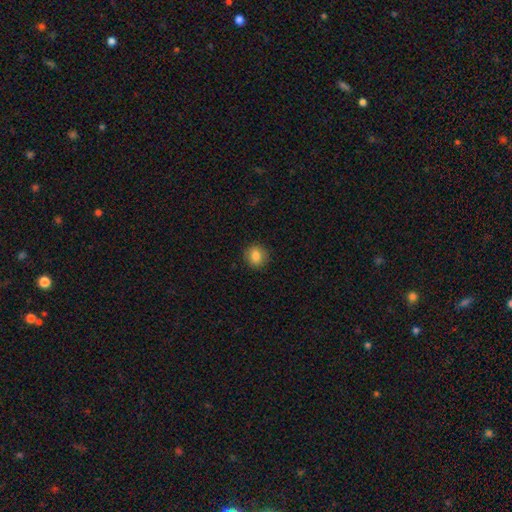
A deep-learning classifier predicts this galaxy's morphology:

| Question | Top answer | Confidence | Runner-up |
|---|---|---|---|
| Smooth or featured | smooth | 85% | star or artifact (9%) |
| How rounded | round | 78% | in between (21%) |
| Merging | none | 88% | minor disturbance (8%) |